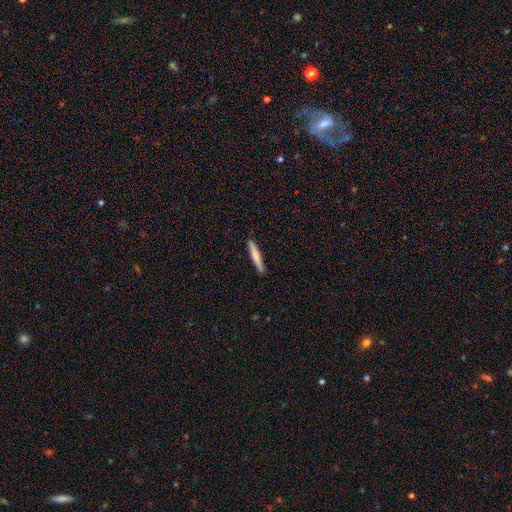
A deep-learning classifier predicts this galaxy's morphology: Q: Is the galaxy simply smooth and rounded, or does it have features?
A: smooth — 68%.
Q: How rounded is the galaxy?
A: cigar-shaped — 94%.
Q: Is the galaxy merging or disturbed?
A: none — 88%.